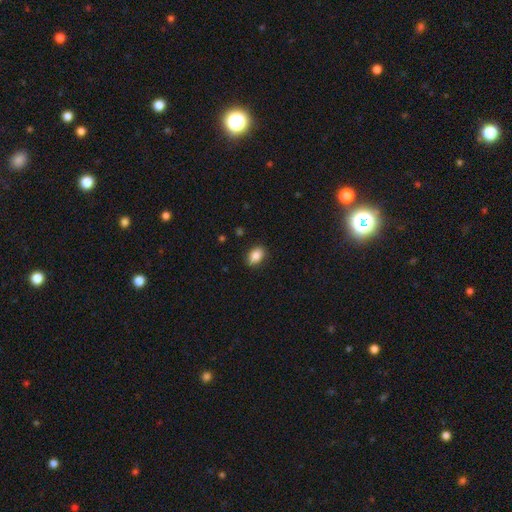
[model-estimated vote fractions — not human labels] Overall: smooth (85%). How rounded: in between (85%). Merging: none (86%).